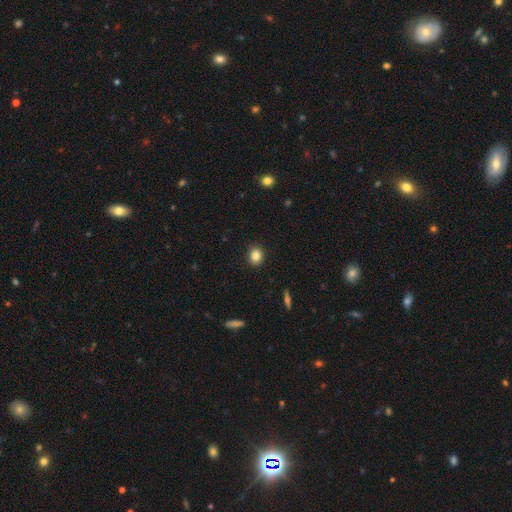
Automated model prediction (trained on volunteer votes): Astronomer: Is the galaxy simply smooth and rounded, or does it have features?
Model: smooth — 84%.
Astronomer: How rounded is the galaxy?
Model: round — 65%.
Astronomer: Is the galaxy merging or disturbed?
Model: none — 89%.